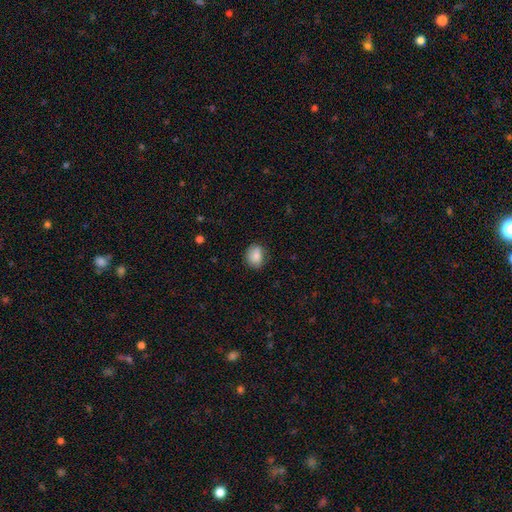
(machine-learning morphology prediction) A smooth galaxy with no disk features (82%) that is round (53%).

Vote fractions:
- Smooth or featured? smooth: 82% / featured or disk: 9% / star or artifact: 8%
- How rounded? round: 53% / in between: 46% / cigar-shaped: 1%
- Merging? none: 74% / minor disturbance: 20% / major disturbance: 4% / merger: 2%